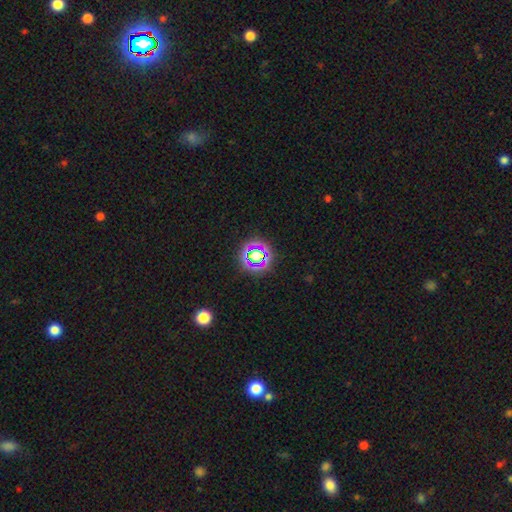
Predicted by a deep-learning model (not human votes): Overall: star or artifact (54%; smooth 33%).